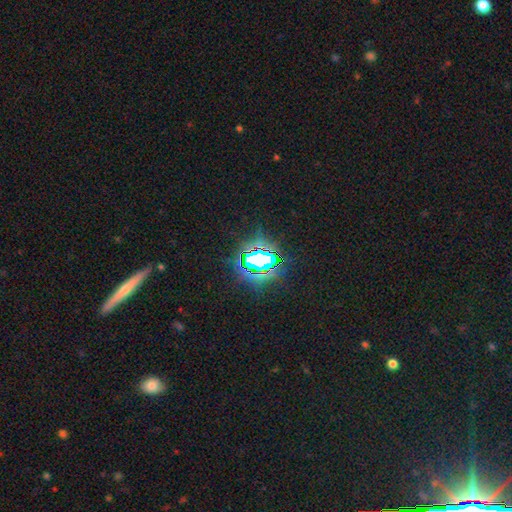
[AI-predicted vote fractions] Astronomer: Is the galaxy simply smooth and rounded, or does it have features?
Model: star or artifact — 76%.